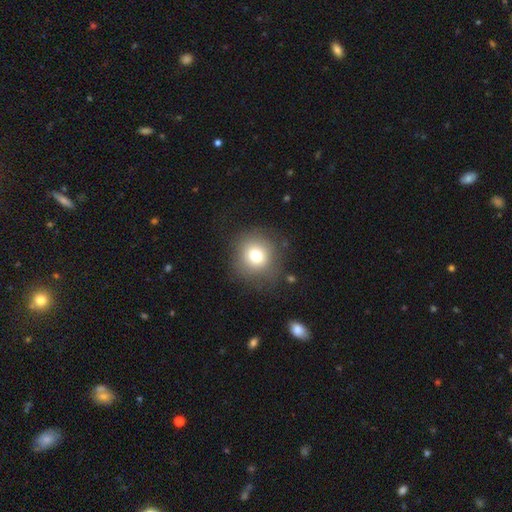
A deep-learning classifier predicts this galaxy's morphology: A smooth galaxy with no disk features (76%) that is round (90%). Merging: none (79%).